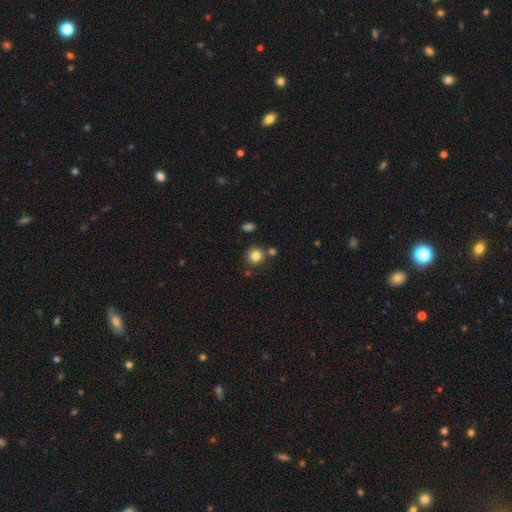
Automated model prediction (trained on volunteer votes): Smooth or featured? Predicted: smooth (p=0.83). How rounded? Predicted: round (p=0.88). Merging? Predicted: none (p=0.77).